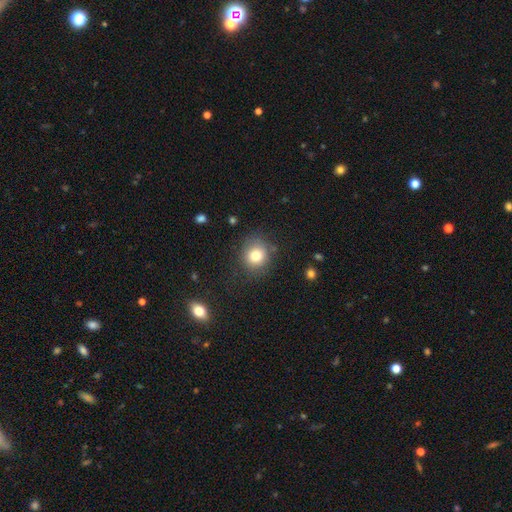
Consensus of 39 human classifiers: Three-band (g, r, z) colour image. It shows a smooth galaxy with no disk features (85%) that is round (85%). Merging: none (63%).